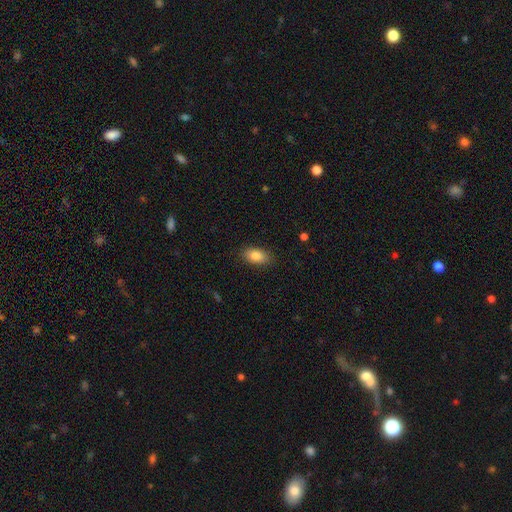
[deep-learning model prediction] Smooth or featured? Predicted: smooth (p=0.86). How rounded? Predicted: in between (p=0.90). Merging? Predicted: none (p=0.86).